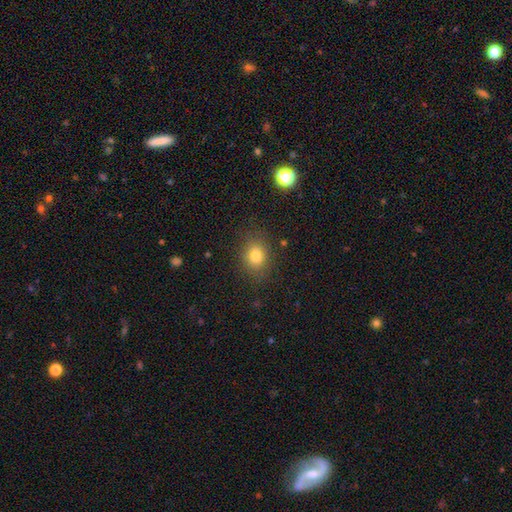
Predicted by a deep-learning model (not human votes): A smooth galaxy with no disk features (79%) that is round (52%). Merging: none (84%).